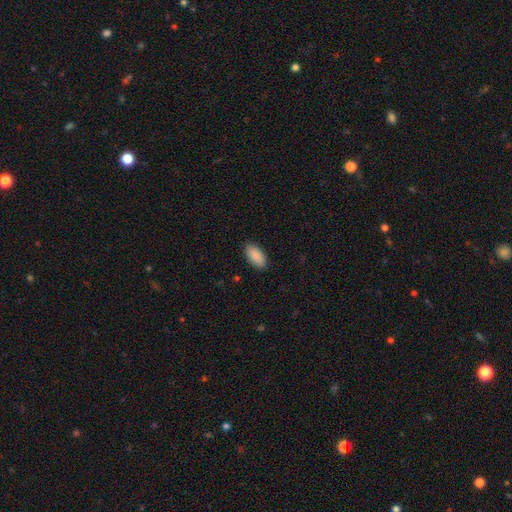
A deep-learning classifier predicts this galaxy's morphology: This appears to be a smooth galaxy with no disk features (91%) that is in between round and cigar-shaped (94%). Merging: none (89%).